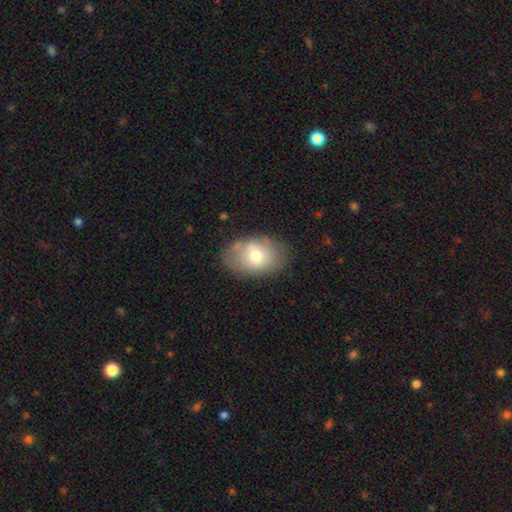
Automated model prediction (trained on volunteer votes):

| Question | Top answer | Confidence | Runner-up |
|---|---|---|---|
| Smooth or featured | smooth | 73% | featured or disk (19%) |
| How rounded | in between | 83% | round (16%) |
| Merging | none | 75% | minor disturbance (17%) |